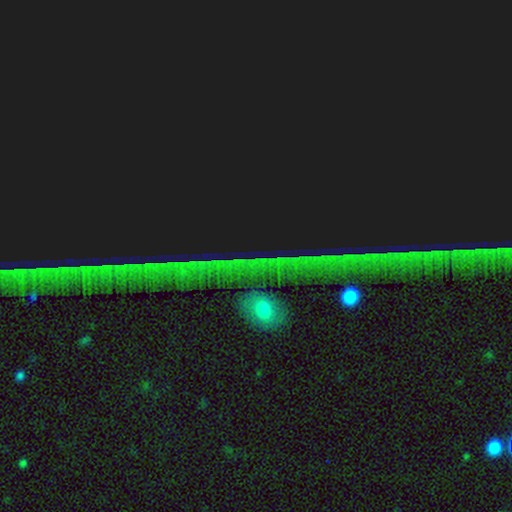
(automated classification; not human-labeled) star or artifact 76%, smooth 14%, featured or disk 10%.